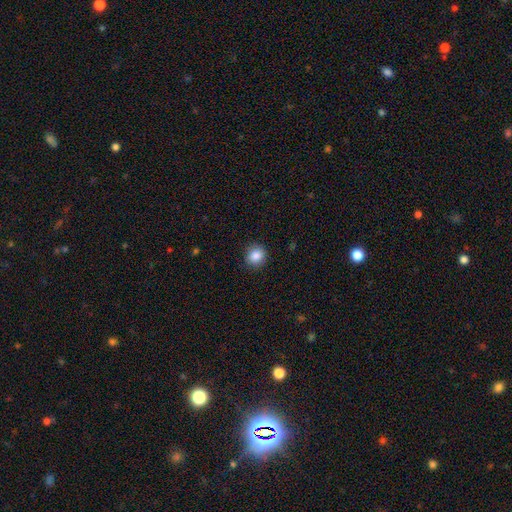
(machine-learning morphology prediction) Smooth or featured? Predicted: smooth (p=0.86). How rounded? Predicted: round (p=0.84). Merging? Predicted: none (p=0.88).